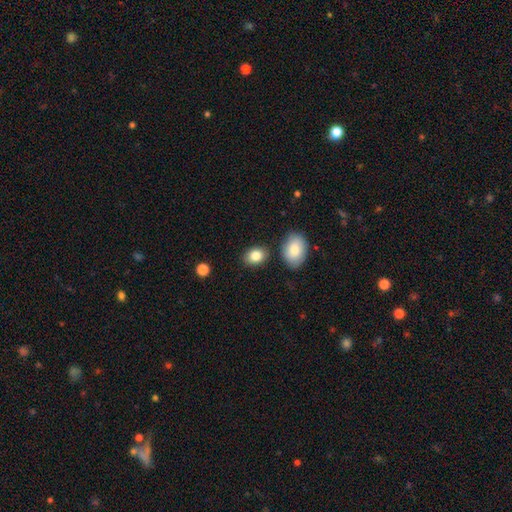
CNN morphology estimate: This is clearly a smooth galaxy (83%). How rounded: likely in between (69%). Merging: clearly none (80%).